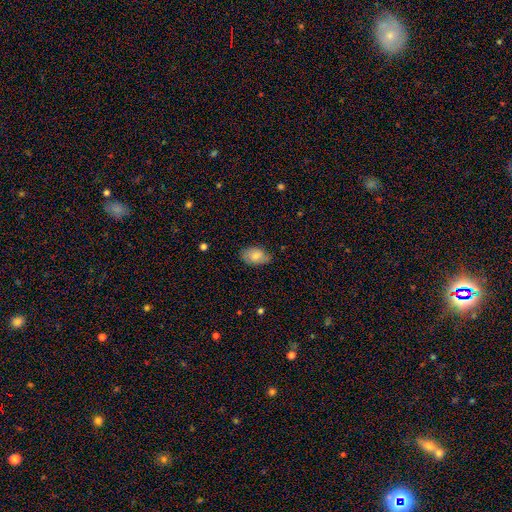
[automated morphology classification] The model was most divided on "smooth or featured": smooth: 70%, featured or disk: 23%, star or artifact: 7%. More confident: how rounded — in between (89%); merging — none (72%).